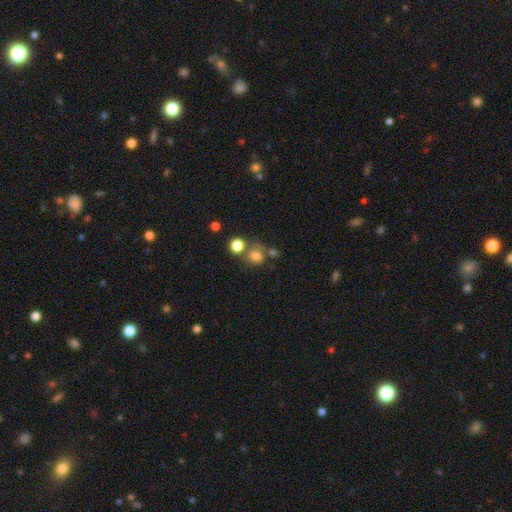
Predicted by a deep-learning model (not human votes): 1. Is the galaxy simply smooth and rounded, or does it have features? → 74% smooth, 15% star or artifact, 11% featured or disk.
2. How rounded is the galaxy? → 78% round, 21% in between, 1% cigar-shaped.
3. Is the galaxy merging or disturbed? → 53% none, 25% merger, 14% minor disturbance, 8% major disturbance.